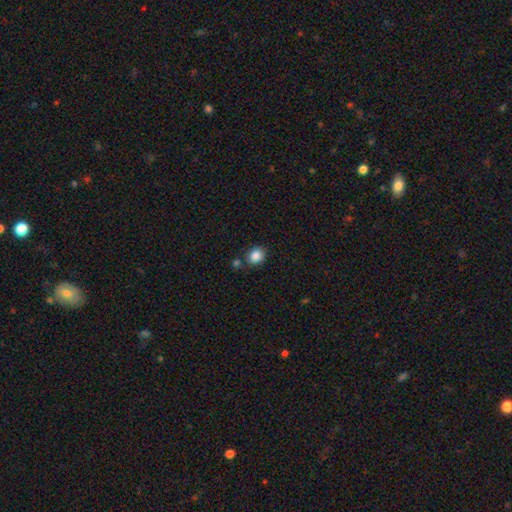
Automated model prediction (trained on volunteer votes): Smooth or featured: smooth — 86% (star or artifact — 9%)
How rounded: round — 63% (in between — 36%)
Merging: none — 75% (minor disturbance — 13%)